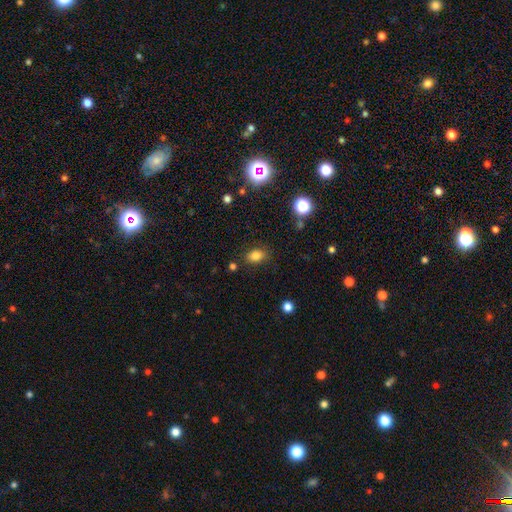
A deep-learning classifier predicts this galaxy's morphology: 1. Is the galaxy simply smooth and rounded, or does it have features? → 81% smooth, 13% star or artifact, 7% featured or disk.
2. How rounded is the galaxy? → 76% in between, 23% round, 2% cigar-shaped.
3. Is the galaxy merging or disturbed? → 82% none, 12% minor disturbance, 3% major disturbance, 3% merger.